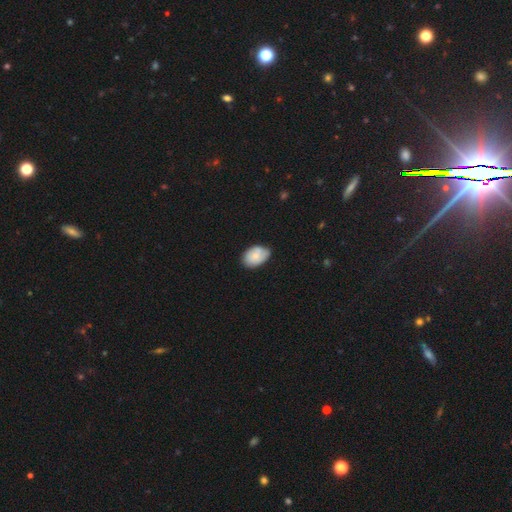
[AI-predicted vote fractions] Smooth or featured? Predicted: smooth (p=0.71). How rounded? Predicted: in between (p=0.84). Merging? Predicted: none (p=0.61).